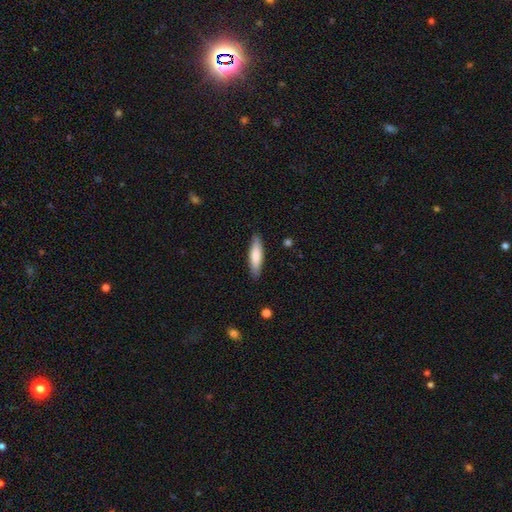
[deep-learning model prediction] A smooth galaxy with no disk features (78%) that is cigar-shaped (66%). Merging: none (87%).